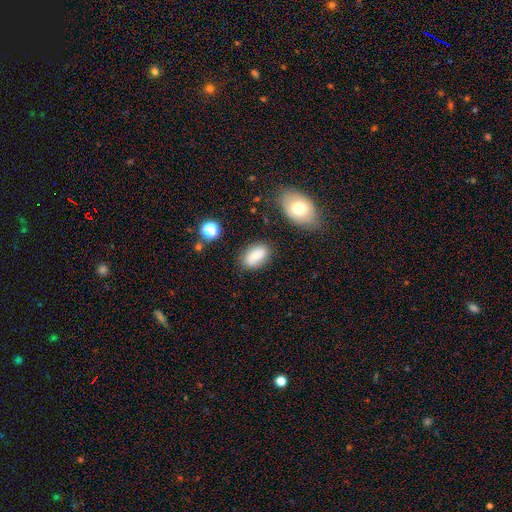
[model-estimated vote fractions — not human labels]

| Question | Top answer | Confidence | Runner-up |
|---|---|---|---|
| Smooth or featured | smooth | 76% | featured or disk (15%) |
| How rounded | in between | 90% | round (8%) |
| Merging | none | 77% | minor disturbance (15%) |